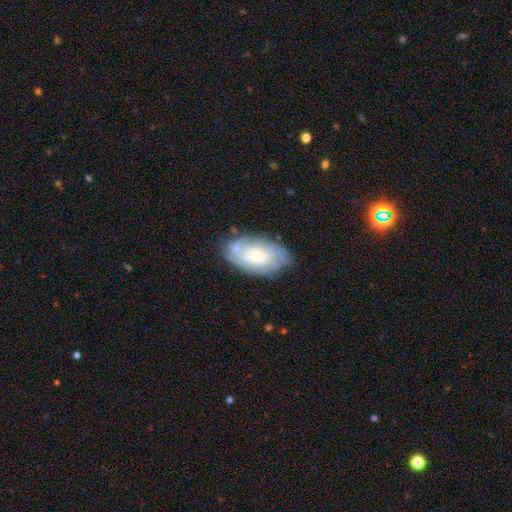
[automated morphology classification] featured or disk 66%, smooth 27%, star or artifact 7%. Down the decision tree: edge-on disk — no (94%); bar — no (77%); spiral arms — yes (82%); spiral arm count — can't tell (58%); spiral winding — tight (67%); bulge size — small (60%); merging — none (72%).